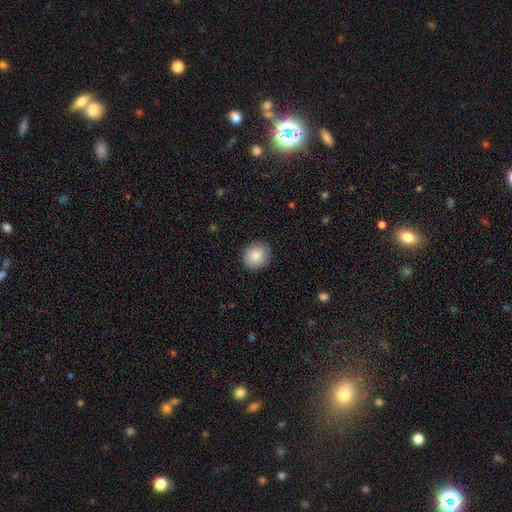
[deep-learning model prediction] Smooth or featured: smooth — 86% (star or artifact — 8%)
How rounded: round — 77% (in between — 22%)
Merging: none — 88% (minor disturbance — 9%)